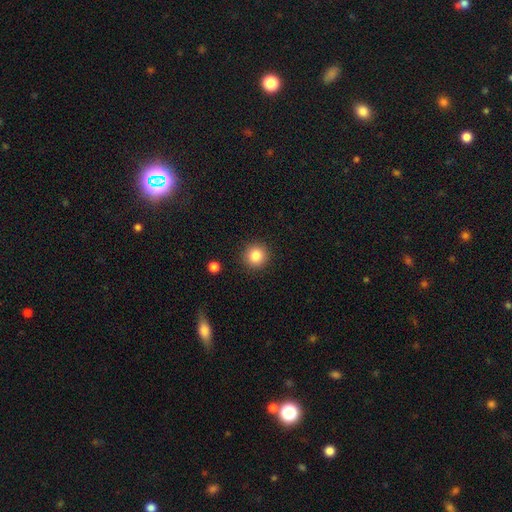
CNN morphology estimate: A smooth galaxy with no disk features (84%) that is round (93%).

Vote fractions:
- Smooth or featured? smooth: 84% / star or artifact: 10% / featured or disk: 6%
- How rounded? round: 93% / in between: 6% / cigar-shaped: 1%
- Merging? none: 90% / minor disturbance: 6% / major disturbance: 2% / merger: 2%